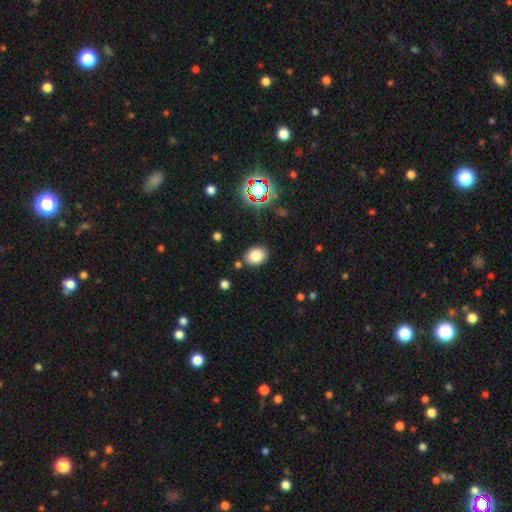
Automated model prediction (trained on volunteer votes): Morphology: type=smooth (82%); roundness=in between (63%); merging=none (81%).